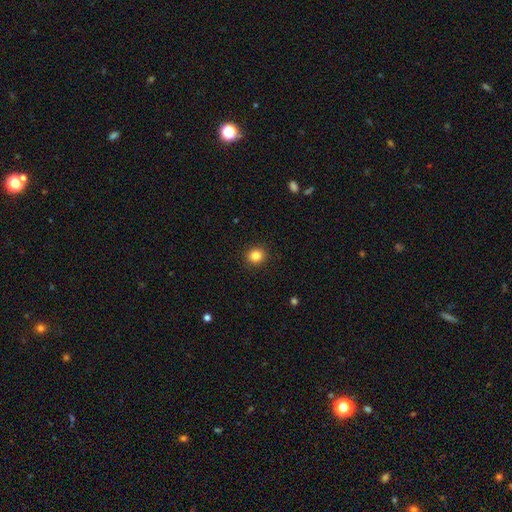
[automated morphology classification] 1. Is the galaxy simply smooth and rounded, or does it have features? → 84% smooth, 11% star or artifact, 5% featured or disk.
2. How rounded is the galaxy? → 86% round, 13% in between, 1% cigar-shaped.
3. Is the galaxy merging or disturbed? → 92% none, 5% minor disturbance, 2% major disturbance, 1% merger.